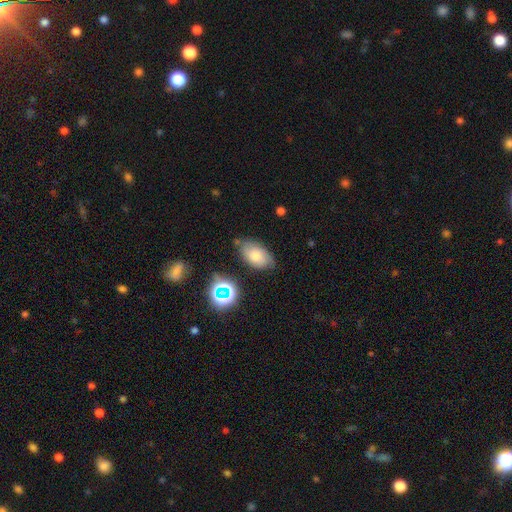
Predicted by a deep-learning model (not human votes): This appears to be a smooth galaxy with no disk features (61%) that is in between round and cigar-shaped (89%). Merging: none (70%).